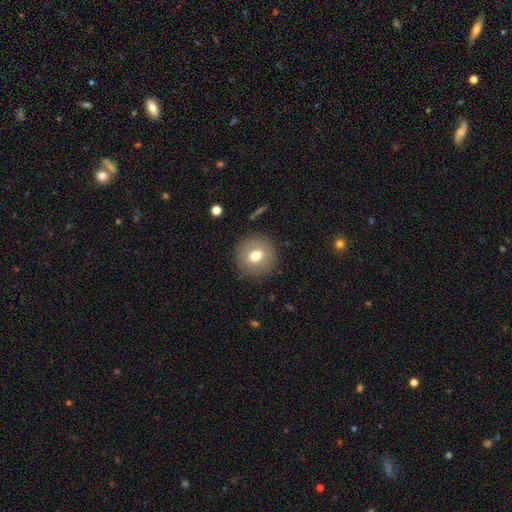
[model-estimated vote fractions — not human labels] smooth_or_featured: smooth (p=0.71) [alt: featured or disk p=0.19]
how_rounded: round (p=0.91) [alt: in between p=0.08]
merging: none (p=0.88) [alt: minor disturbance p=0.08]